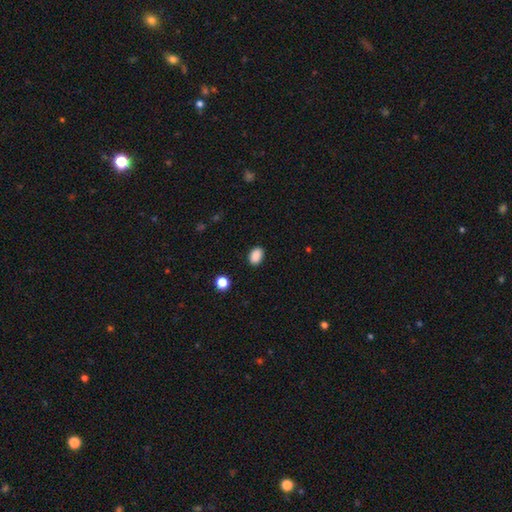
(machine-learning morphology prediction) smooth_or_featured: smooth (p=0.89) [alt: star or artifact p=0.09]
how_rounded: in between (p=0.82) [alt: round p=0.17]
merging: none (p=0.88) [alt: minor disturbance p=0.09]